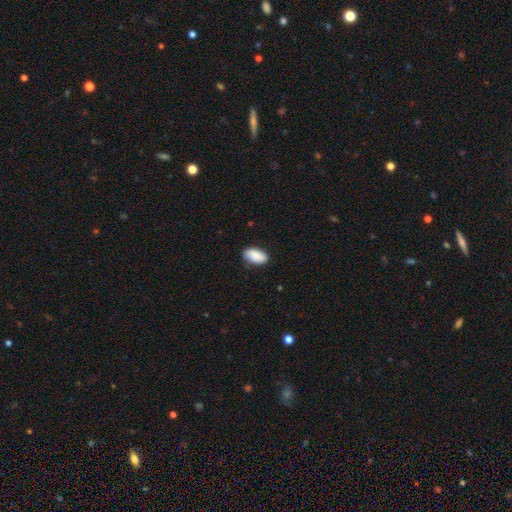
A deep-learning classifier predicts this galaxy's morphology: smooth 89%, star or artifact 6%, featured or disk 5%. Down the decision tree: how rounded — in between (94%); merging — none (83%).